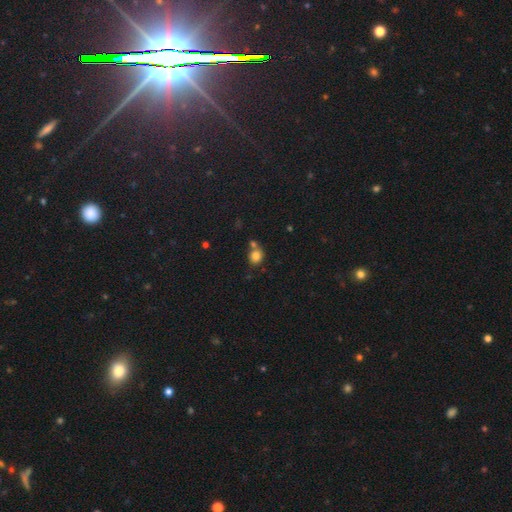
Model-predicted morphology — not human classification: Smooth or featured? smooth (81%)
How rounded? round (72%)
Merging? none (57%)